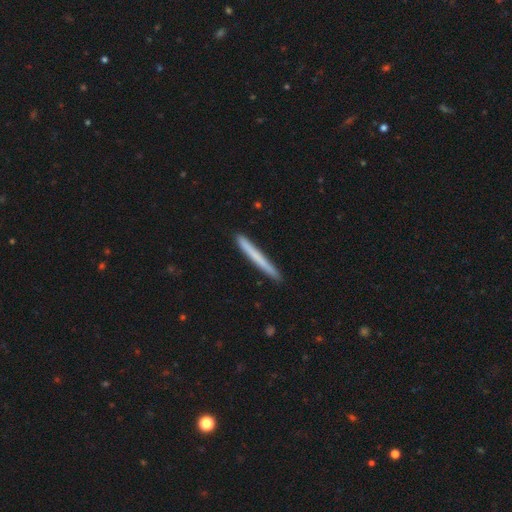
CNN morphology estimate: Smooth or featured?
  - smooth: 66% *
  - featured or disk: 28%
  - star or artifact: 5%
How rounded?
  - cigar-shaped: 97% *
  - in between: 1%
  - round: 1%
Merging?
  - none: 91% *
  - minor disturbance: 6%
  - major disturbance: 1%
  - merger: 1%